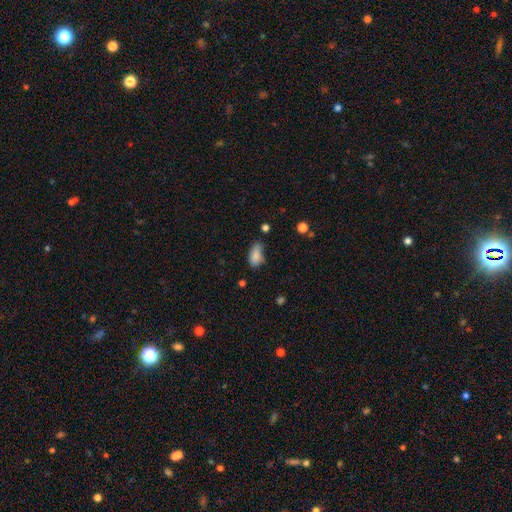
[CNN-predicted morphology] The model was most divided on "merging": none: 52%, minor disturbance: 36%, major disturbance: 8%, merger: 4%. More confident: how rounded — in between (90%); smooth or featured — smooth (85%).